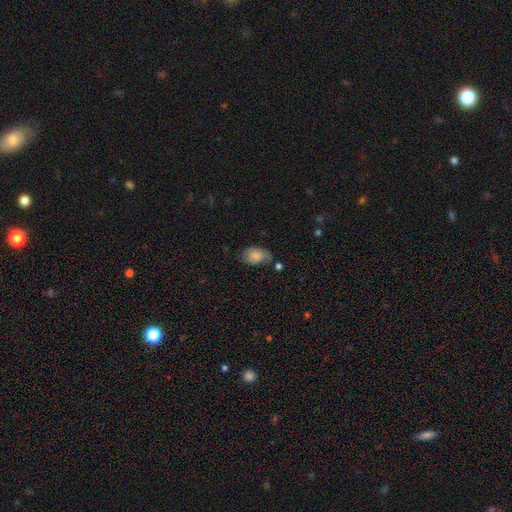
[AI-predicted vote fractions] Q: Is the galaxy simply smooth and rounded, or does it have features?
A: smooth — 70%.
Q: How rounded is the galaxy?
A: in between — 82%.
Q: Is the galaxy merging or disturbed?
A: none — 46%.